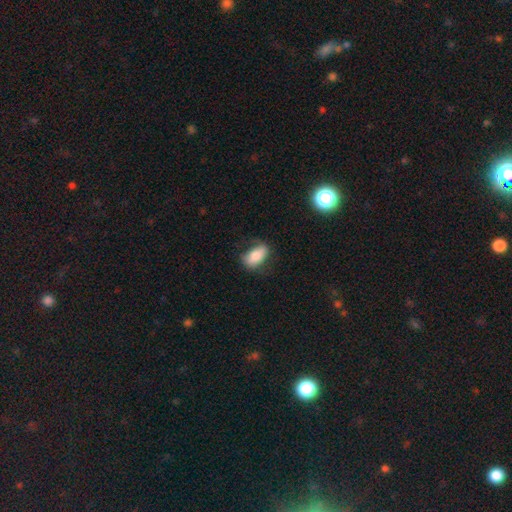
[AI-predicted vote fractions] Morphology: type=smooth (78%); roundness=in between (90%); merging=none (66%).